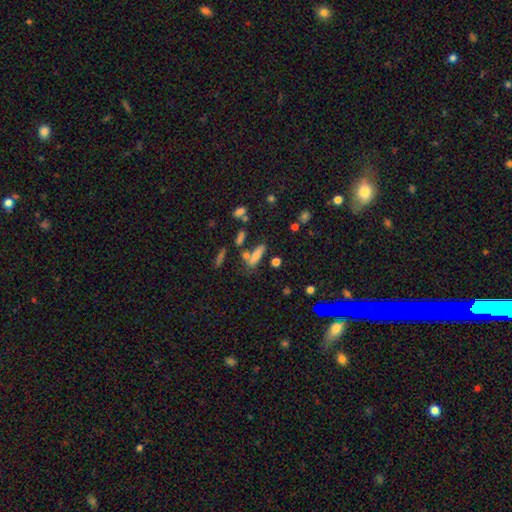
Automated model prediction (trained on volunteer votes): Morphology: type=smooth (71%); roundness=cigar-shaped (48%); merging=none (53%).